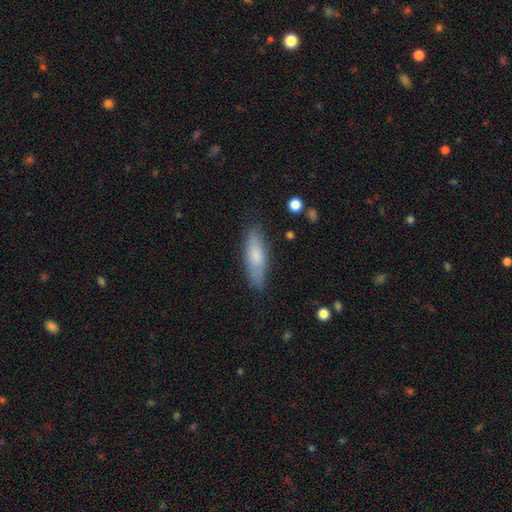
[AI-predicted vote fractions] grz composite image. It shows a smooth galaxy with no disk features (72%) that is cigar-shaped (51%). Merging: none (80%).